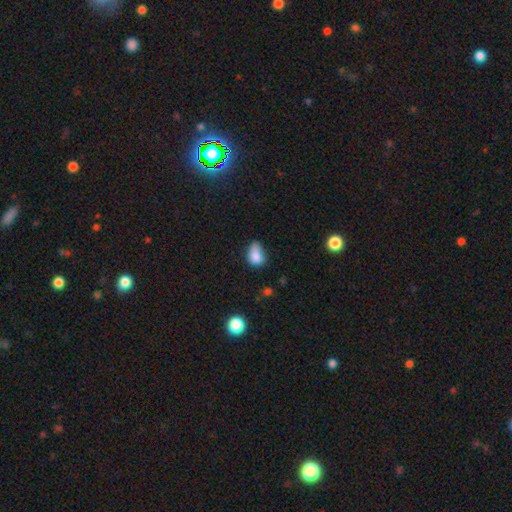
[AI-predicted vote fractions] Smooth or featured?
  - smooth: 81% *
  - star or artifact: 10%
  - featured or disk: 9%
How rounded?
  - in between: 77% *
  - round: 21%
  - cigar-shaped: 2%
Merging?
  - minor disturbance: 44% *
  - none: 31%
  - major disturbance: 18%
  - merger: 7%